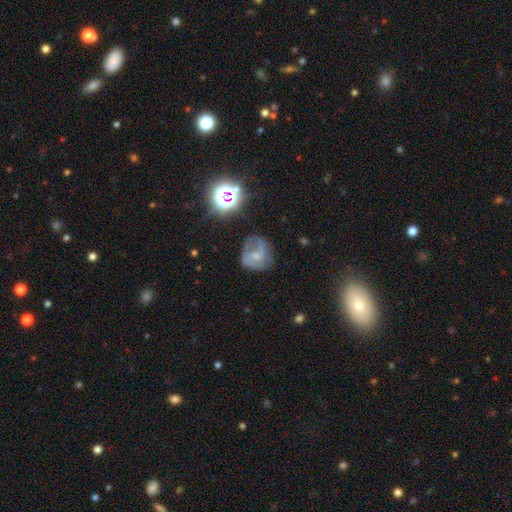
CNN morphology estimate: featured or disk 61%, smooth 27%, star or artifact 13%. Down the decision tree: edge-on disk — no (97%); bar — no (47%); spiral arms — yes (82%); bulge size — small (56%); merging — none (56%).